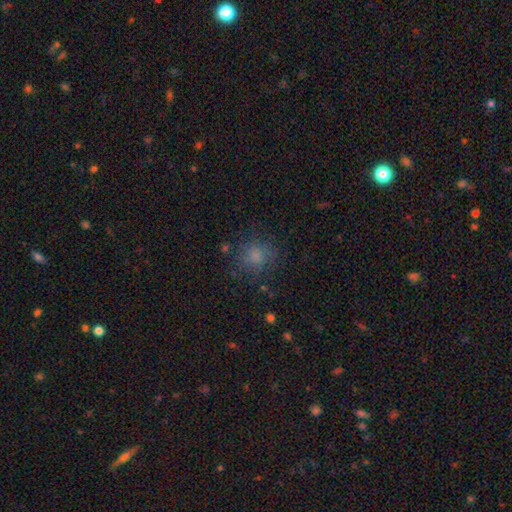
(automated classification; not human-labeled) Smooth or featured: smooth — 77% (star or artifact — 15%)
How rounded: round — 79% (in between — 20%)
Merging: none — 74% (minor disturbance — 16%)